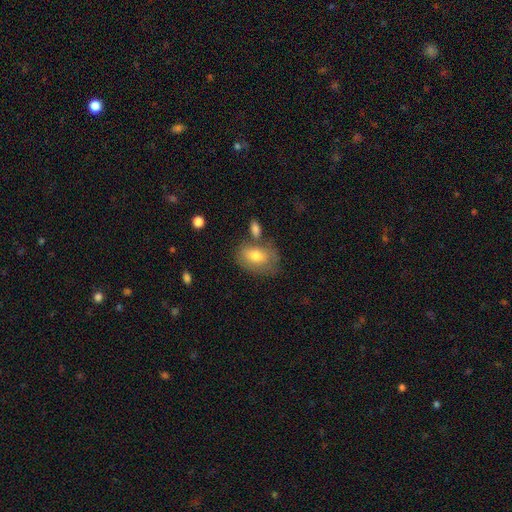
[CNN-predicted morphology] The model was most divided on "merging": none: 57%, minor disturbance: 21%, merger: 15%, major disturbance: 8%. More confident: how rounded — in between (83%); smooth or featured — smooth (72%).